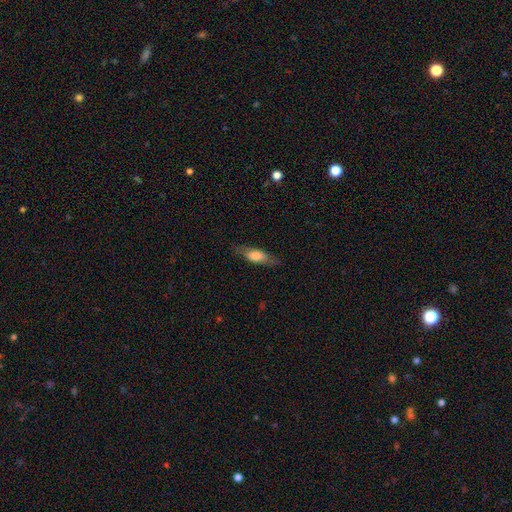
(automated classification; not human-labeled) Smooth or featured: smooth — 63% (featured or disk — 31%)
How rounded: in between — 59% (cigar-shaped — 38%)
Merging: none — 78% (minor disturbance — 16%)